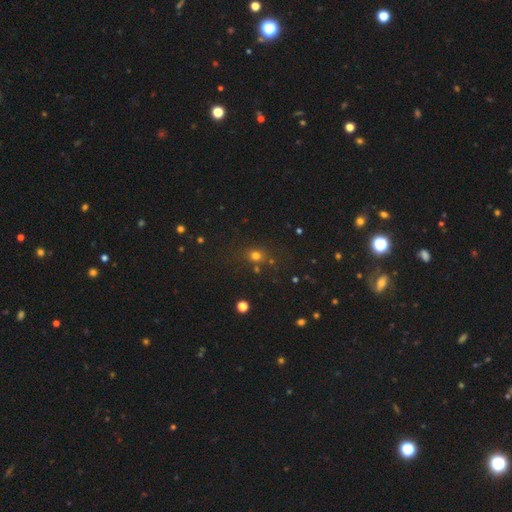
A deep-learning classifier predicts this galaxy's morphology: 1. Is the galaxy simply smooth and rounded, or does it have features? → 71% smooth, 21% star or artifact, 8% featured or disk.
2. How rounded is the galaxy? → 68% round, 30% in between, 1% cigar-shaped.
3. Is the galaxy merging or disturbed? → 75% none, 12% minor disturbance, 8% merger, 5% major disturbance.